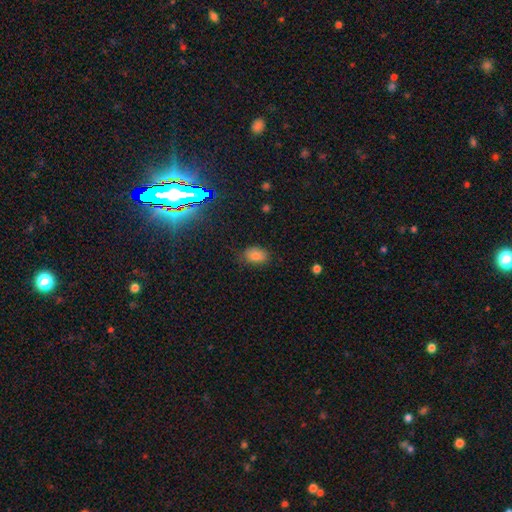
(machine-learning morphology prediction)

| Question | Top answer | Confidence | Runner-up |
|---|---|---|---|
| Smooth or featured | smooth | 78% | star or artifact (14%) |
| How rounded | in between | 83% | round (16%) |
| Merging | none | 76% | minor disturbance (18%) |